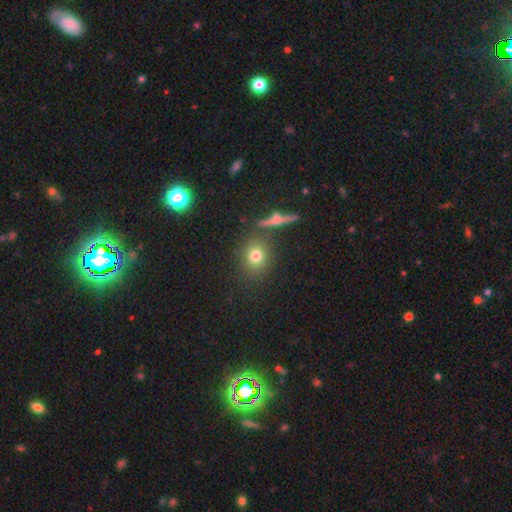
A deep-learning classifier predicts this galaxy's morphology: smooth 73%, star or artifact 15%, featured or disk 12%. Down the decision tree: how rounded — round (75%); merging — none (80%).